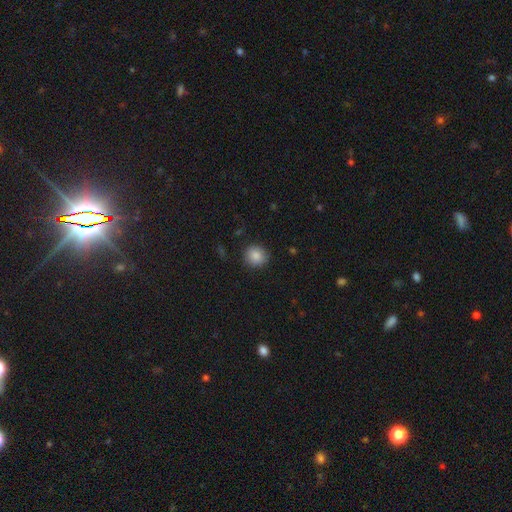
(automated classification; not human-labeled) smooth-or-featured: smooth: 87% | star or artifact: 9% | featured or disk: 4%
  how-rounded: round: 87% | in between: 12% | cigar-shaped: 1%
  merging: none: 89% | minor disturbance: 8% | major disturbance: 2% | merger: 1%